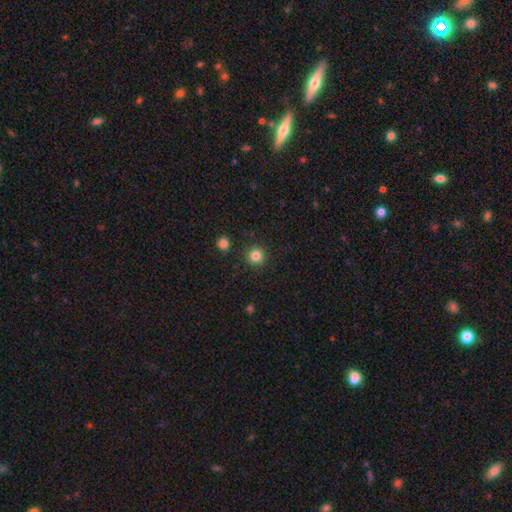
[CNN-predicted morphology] Smooth or featured?
  - smooth: 84% *
  - star or artifact: 12%
  - featured or disk: 5%
How rounded?
  - round: 95% *
  - in between: 4%
  - cigar-shaped: 1%
Merging?
  - none: 92% *
  - minor disturbance: 5%
  - major disturbance: 2%
  - merger: 2%